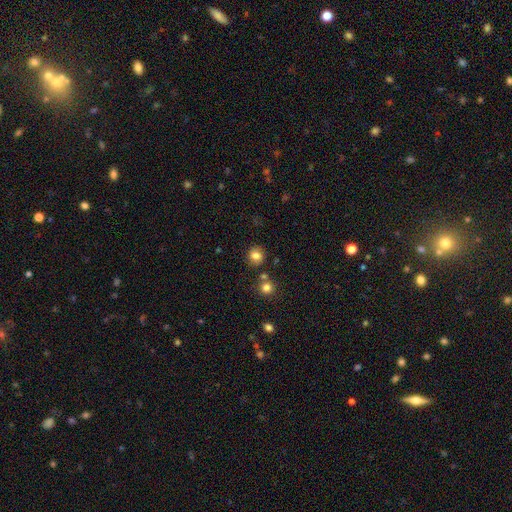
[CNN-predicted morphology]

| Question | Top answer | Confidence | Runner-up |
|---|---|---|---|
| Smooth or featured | smooth | 82% | star or artifact (12%) |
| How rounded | round | 86% | in between (13%) |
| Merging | none | 82% | minor disturbance (8%) |